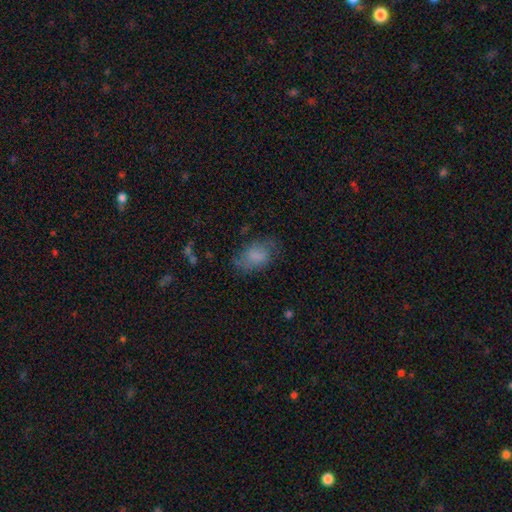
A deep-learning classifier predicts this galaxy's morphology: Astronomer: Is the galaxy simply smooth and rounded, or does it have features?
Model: smooth — 69%.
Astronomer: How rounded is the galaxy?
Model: in between — 85%.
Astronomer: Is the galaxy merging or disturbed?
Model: none — 61%.